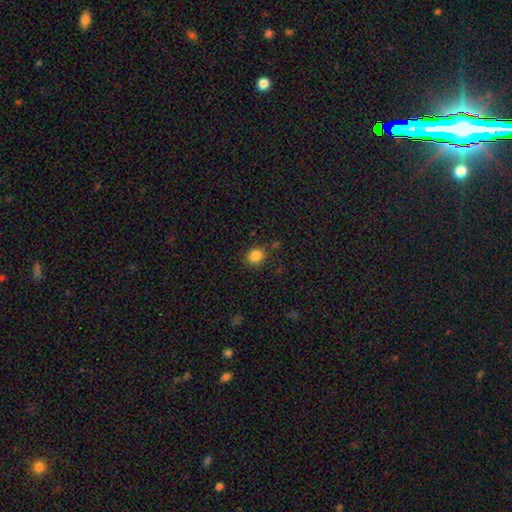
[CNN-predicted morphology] A smooth galaxy with no disk features (85%) that is round (72%).

Vote fractions:
- Smooth or featured? smooth: 85% / star or artifact: 11% / featured or disk: 4%
- How rounded? round: 72% / in between: 27% / cigar-shaped: 1%
- Merging? none: 82% / minor disturbance: 12% / major disturbance: 3% / merger: 3%